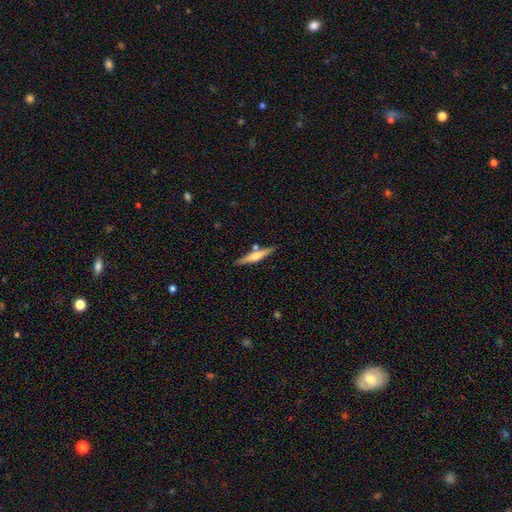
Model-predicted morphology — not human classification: type=featured or disk (51%); edge-on=yes (96%); merging=none (79%).